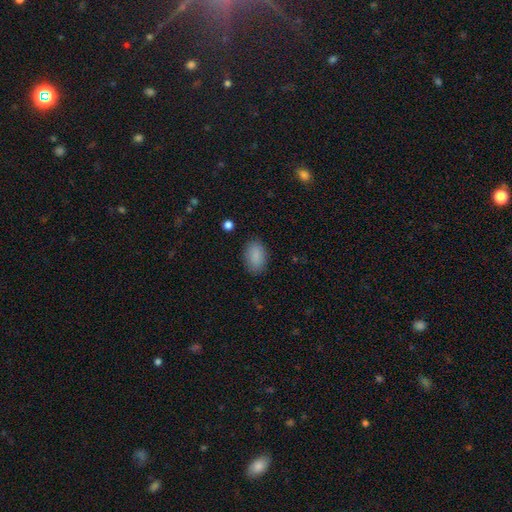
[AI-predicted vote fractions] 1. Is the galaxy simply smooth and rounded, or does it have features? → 88% smooth, 8% star or artifact, 4% featured or disk.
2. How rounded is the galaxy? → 90% in between, 9% round, 1% cigar-shaped.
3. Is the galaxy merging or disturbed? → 85% none, 11% minor disturbance, 3% major disturbance, 1% merger.